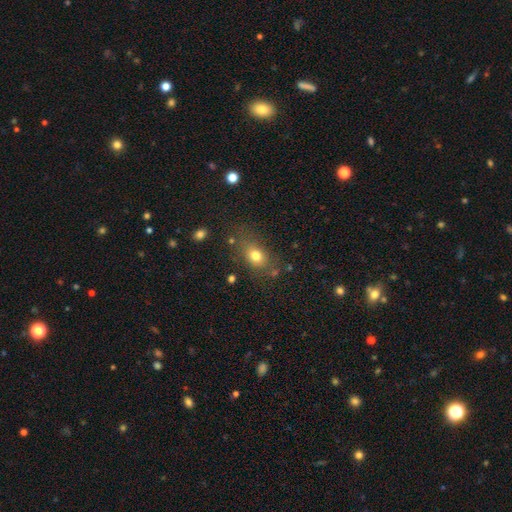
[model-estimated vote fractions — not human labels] Morphology: type=smooth (76%); roundness=in between (60%); merging=none (67%).